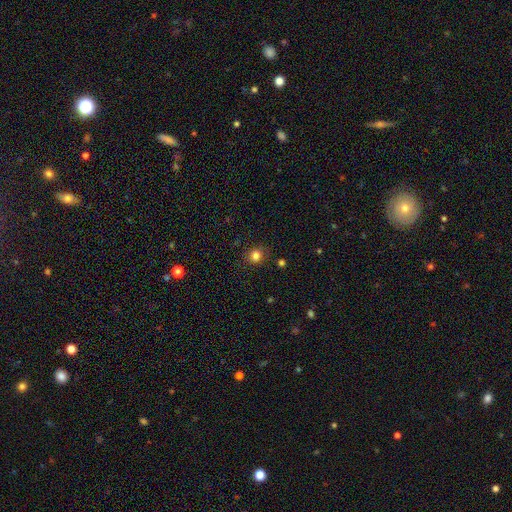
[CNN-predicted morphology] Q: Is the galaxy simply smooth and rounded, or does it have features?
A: smooth — 82%.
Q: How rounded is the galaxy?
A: round — 84%.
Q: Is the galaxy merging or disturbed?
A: none — 85%.